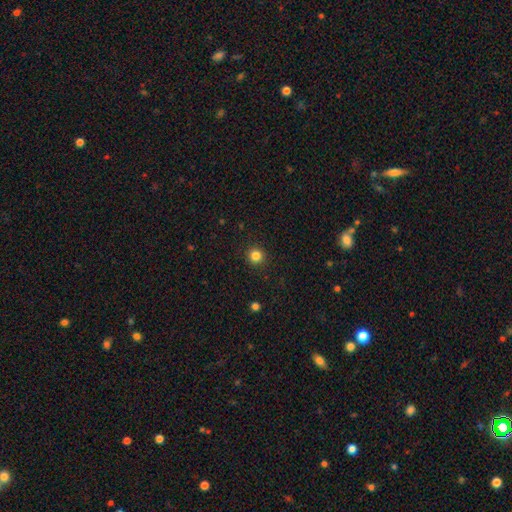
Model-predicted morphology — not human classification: This is clearly a smooth galaxy (84%). How rounded: clearly round (94%). Merging: clearly none (92%).